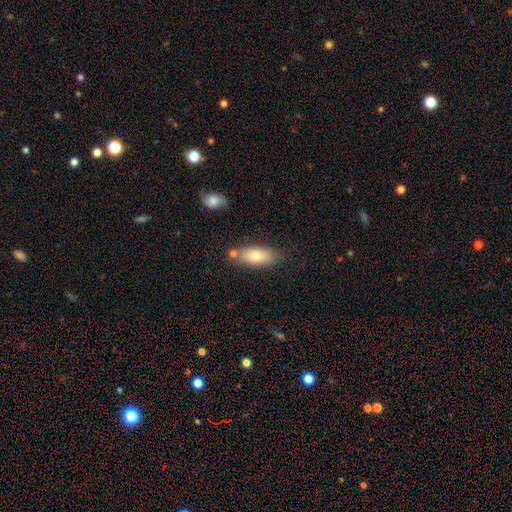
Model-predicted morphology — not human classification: Smooth or featured? smooth (75%)
How rounded? in between (82%)
Merging? none (74%)